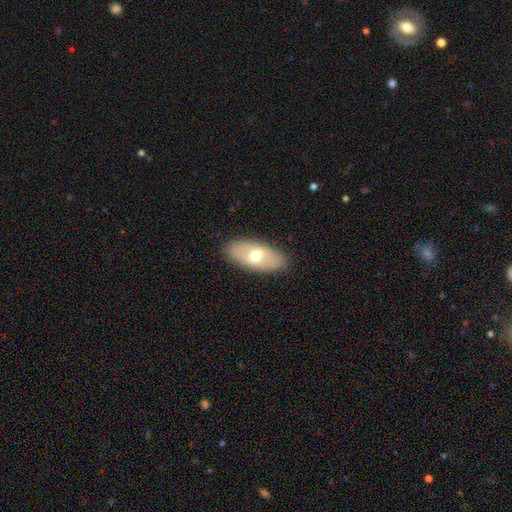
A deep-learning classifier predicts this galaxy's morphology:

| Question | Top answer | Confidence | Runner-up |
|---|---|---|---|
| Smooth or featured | smooth | 58% | featured or disk (36%) |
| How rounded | in between | 90% | cigar-shaped (6%) |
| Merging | none | 87% | minor disturbance (10%) |